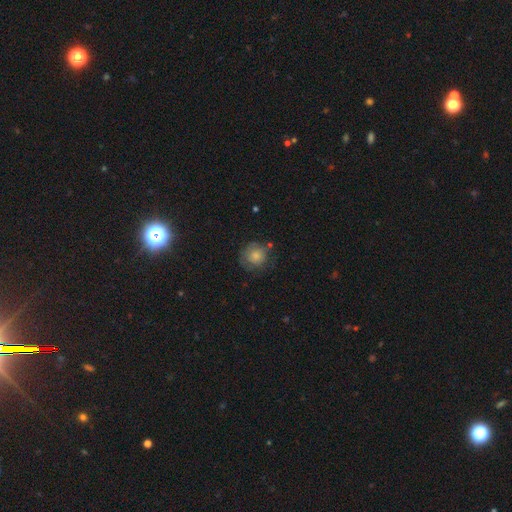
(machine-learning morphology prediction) A smooth galaxy with no disk features (72%) that is round (89%). Merging: none (66%).